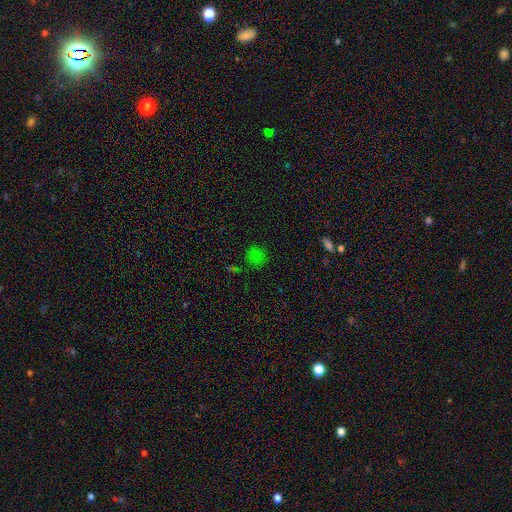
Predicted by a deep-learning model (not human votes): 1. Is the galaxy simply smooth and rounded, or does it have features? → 64% smooth, 30% star or artifact, 6% featured or disk.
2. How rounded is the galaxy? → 84% round, 15% in between, 1% cigar-shaped.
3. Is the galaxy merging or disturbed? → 74% none, 14% minor disturbance, 6% major disturbance, 5% merger.